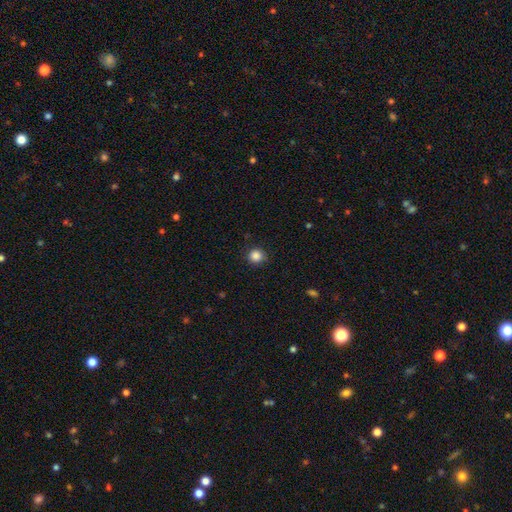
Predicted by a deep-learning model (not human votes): A smooth galaxy with no disk features (86%) that is round (92%). Merging: none (89%).